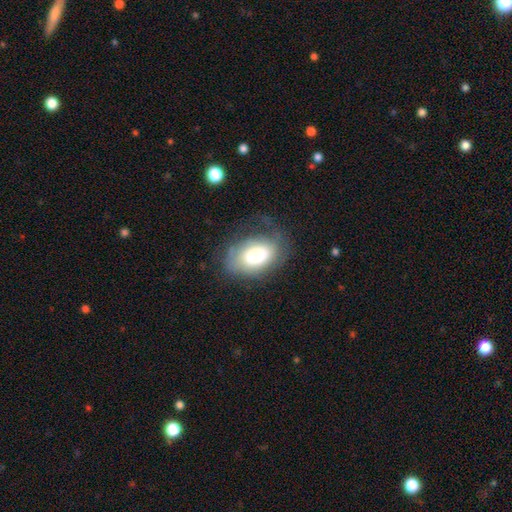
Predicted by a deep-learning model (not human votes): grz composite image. It shows a smooth galaxy with no disk features (62%) that is in between round and cigar-shaped (85%). Merging: none (50%).